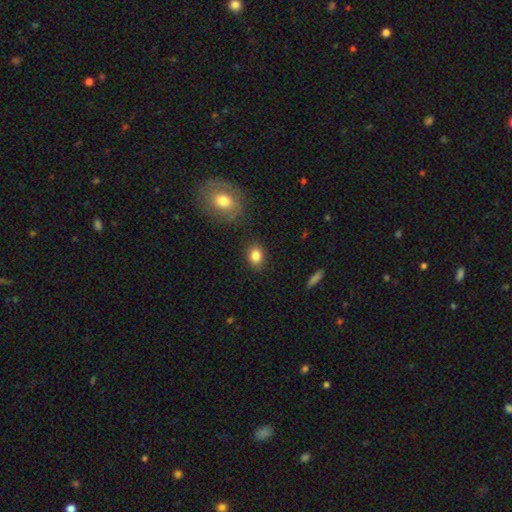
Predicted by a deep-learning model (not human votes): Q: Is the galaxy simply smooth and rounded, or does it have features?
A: smooth — 84%.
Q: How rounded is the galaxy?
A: in between — 52%.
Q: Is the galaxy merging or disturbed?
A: none — 85%.